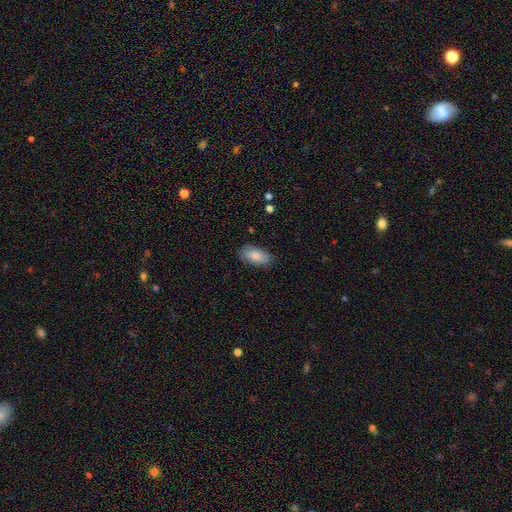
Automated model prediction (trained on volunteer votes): This appears to be a smooth galaxy with no disk features (84%) that is in between round and cigar-shaped (93%). Merging: none (80%).